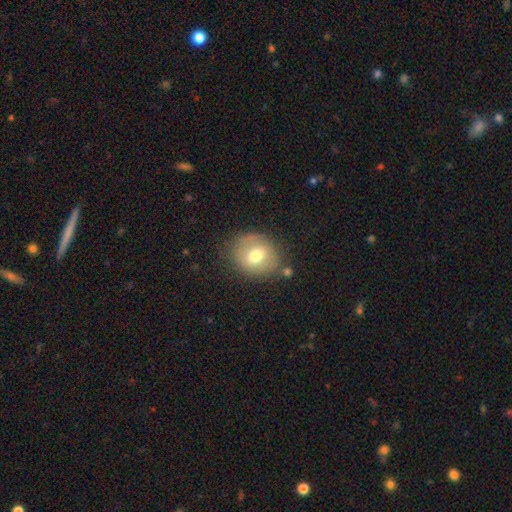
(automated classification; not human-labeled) Smooth or featured?
  - smooth: 67% *
  - featured or disk: 23%
  - star or artifact: 10%
How rounded?
  - round: 67% *
  - in between: 32%
  - cigar-shaped: 1%
Merging?
  - none: 74% *
  - minor disturbance: 16%
  - major disturbance: 5%
  - merger: 4%